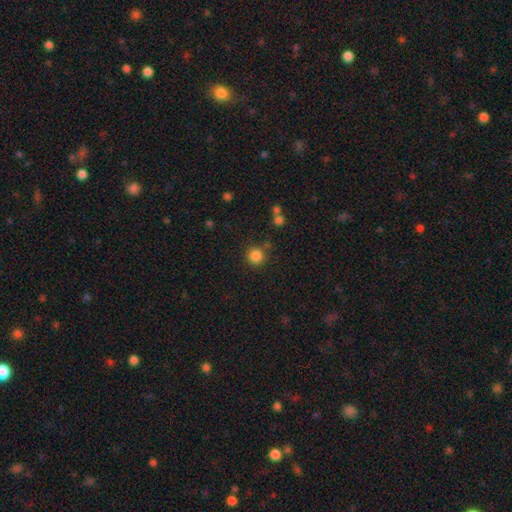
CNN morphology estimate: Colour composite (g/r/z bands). It shows a smooth galaxy with no disk features (85%) that is round (94%). Merging: none (83%).